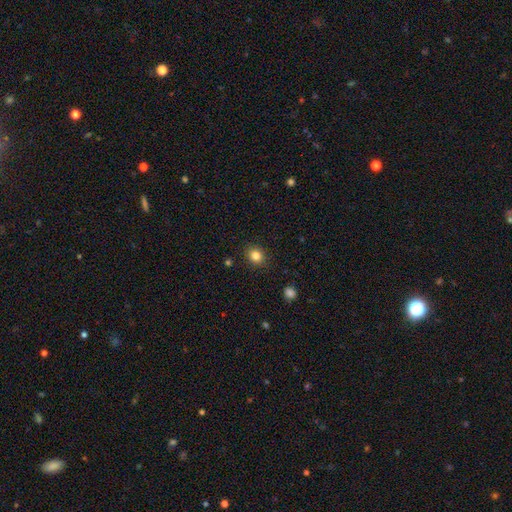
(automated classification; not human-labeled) This appears to be a smooth galaxy with no disk features (83%) that is round (73%). Merging: none (89%).